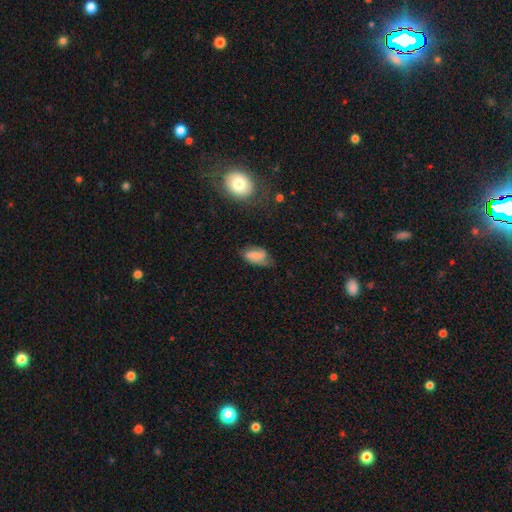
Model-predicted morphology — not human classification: smooth 62%, featured or disk 29%, star or artifact 9%. Down the decision tree: how rounded — in between (90%); merging — none (48%).